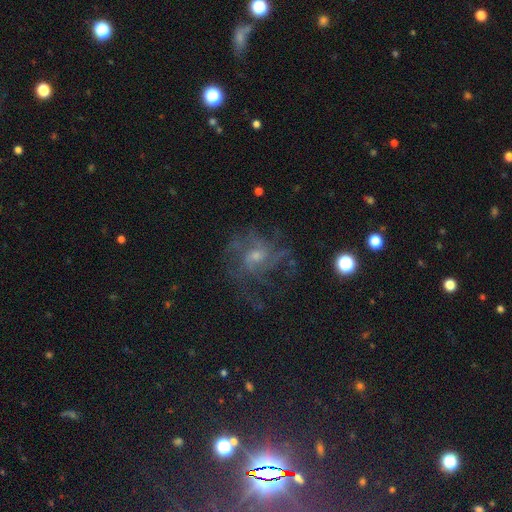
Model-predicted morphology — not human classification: A featured or disk galaxy (65%) with no bar (64%), medium (46%) spiral arms (81%) and a small central bulge (54%).

Vote fractions:
- Smooth or featured? featured or disk: 65% / star or artifact: 19% / smooth: 15%
- Edge-on disk? no: 97% / yes: 3%
- Bar? no: 64% / weak: 31% / strong: 5%
- Spiral arms? yes: 81% / no: 19%
- Spiral winding? medium: 46% / tight: 29% / loose: 25%
- Spiral arm count? can't tell: 44% / 3: 17% / 4: 15% / 2: 12% / more than 4: 7% / 1: 6%
- Bulge size? small: 54% / moderate: 35% / none: 7% / large: 3% / dominant: 1%
- Merging? none: 58% / major disturbance: 22% / minor disturbance: 17% / merger: 2%